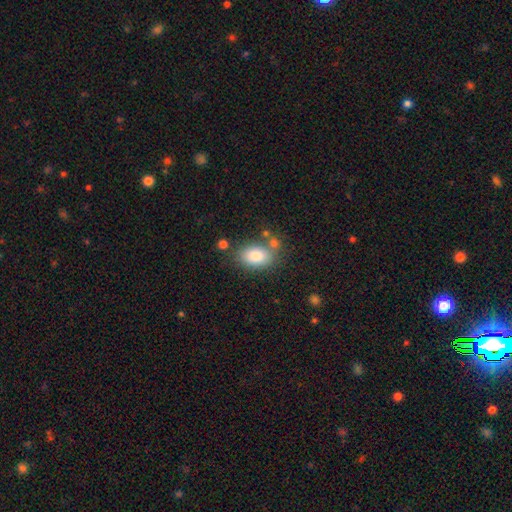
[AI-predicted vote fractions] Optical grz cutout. It shows a smooth galaxy with no disk features (83%) that is in between round and cigar-shaped (85%). Merging: none (69%).